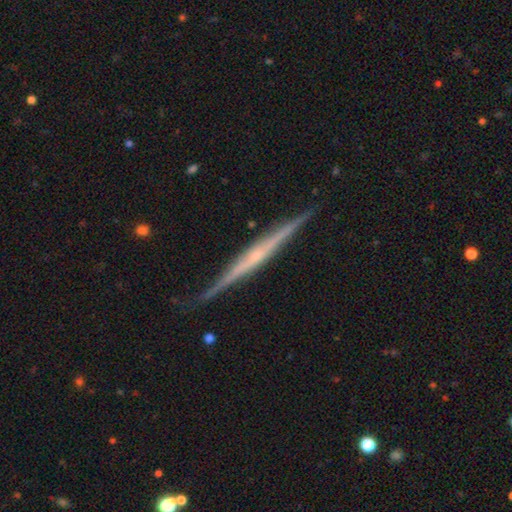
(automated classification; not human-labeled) A featured or disk galaxy (79%) viewed edge-on (98%) with no central bulge (45%).

Vote fractions:
- Smooth or featured? featured or disk: 79% / smooth: 15% / star or artifact: 5%
- Edge-on disk? yes: 98% / no: 2%
- Edge-on bulge? none: 45% / rounded: 44% / boxy: 11%
- Merging? none: 85% / minor disturbance: 11% / major disturbance: 2% / merger: 1%